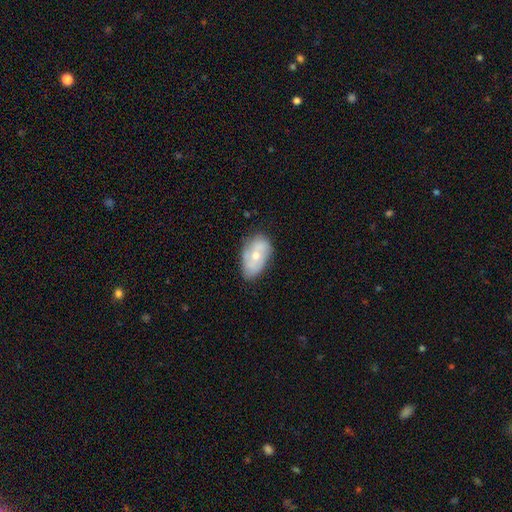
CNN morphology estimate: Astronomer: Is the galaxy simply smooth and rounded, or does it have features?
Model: smooth — 48% (runner-up: featured or disk, 45%).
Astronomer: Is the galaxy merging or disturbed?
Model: none — 64%.